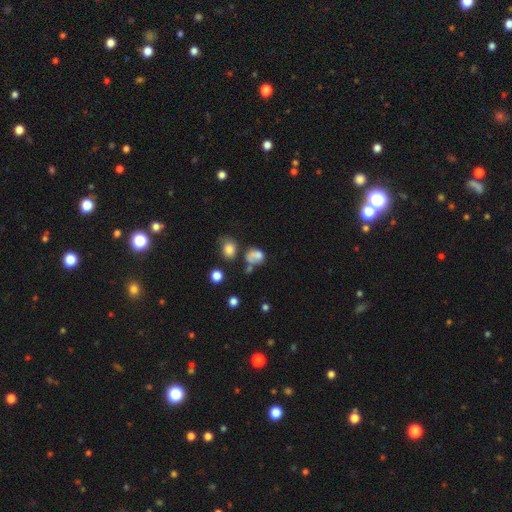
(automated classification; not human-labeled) Q: Smooth or featured?
A: smooth (68%); runner-up: featured or disk (17%)
Q: How rounded?
A: in between (54%); runner-up: round (44%)
Q: Merging?
A: merger (34%); runner-up: none (29%)